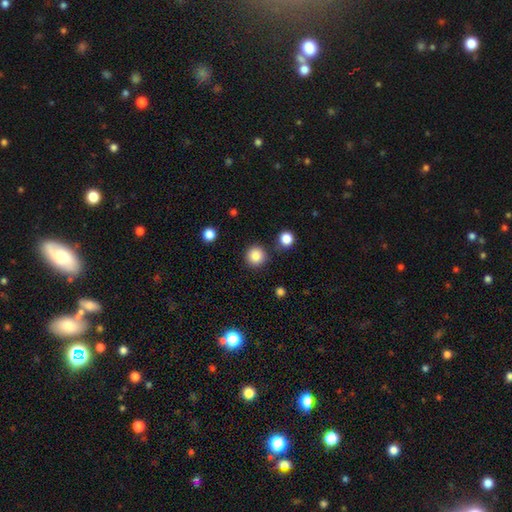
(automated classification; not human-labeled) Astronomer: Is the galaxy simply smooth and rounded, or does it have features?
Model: smooth — 86%.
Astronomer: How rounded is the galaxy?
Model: round — 95%.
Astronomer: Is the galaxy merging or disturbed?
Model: none — 86%.